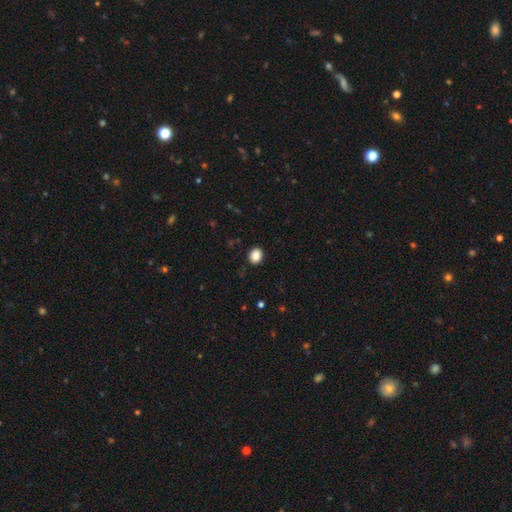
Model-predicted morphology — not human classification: A smooth galaxy with no disk features (88%) that is round (58%).

Vote fractions:
- Smooth or featured? smooth: 88% / star or artifact: 9% / featured or disk: 3%
- How rounded? round: 58% / in between: 41% / cigar-shaped: 1%
- Merging? none: 89% / minor disturbance: 8% / major disturbance: 2% / merger: 1%